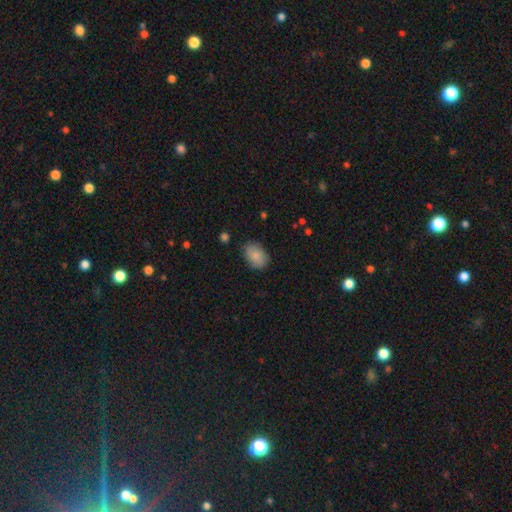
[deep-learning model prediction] Smooth or featured?
  - smooth: 85% *
  - featured or disk: 8%
  - star or artifact: 7%
How rounded?
  - in between: 81% *
  - round: 18%
  - cigar-shaped: 1%
Merging?
  - none: 79% *
  - minor disturbance: 16%
  - major disturbance: 4%
  - merger: 1%